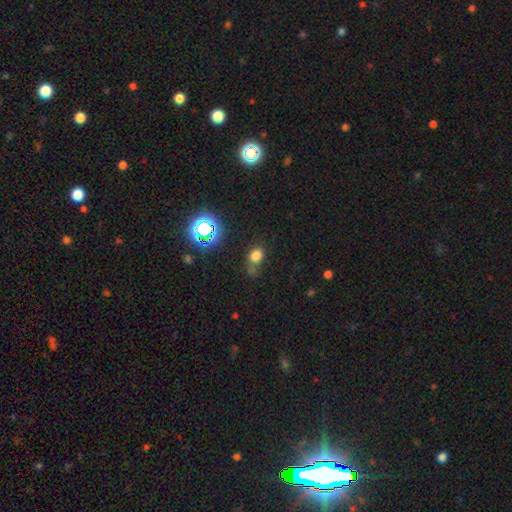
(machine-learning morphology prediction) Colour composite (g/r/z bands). It shows a smooth galaxy with no disk features (73%) that is round (53%). Merging: none (54%).